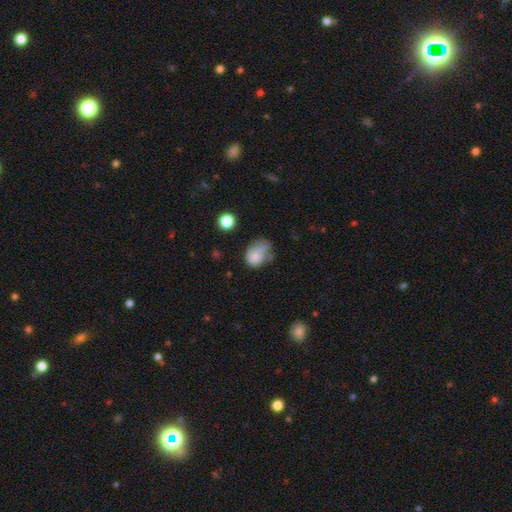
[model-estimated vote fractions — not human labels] Morphology: type=smooth (74%); roundness=in between (66%); merging=minor disturbance (34%).